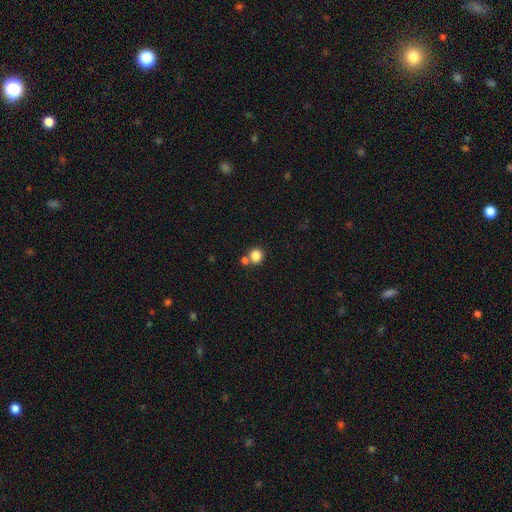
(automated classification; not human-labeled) Smooth or featured: smooth — 85% (star or artifact — 10%)
How rounded: round — 85% (in between — 14%)
Merging: none — 63% (merger — 25%)